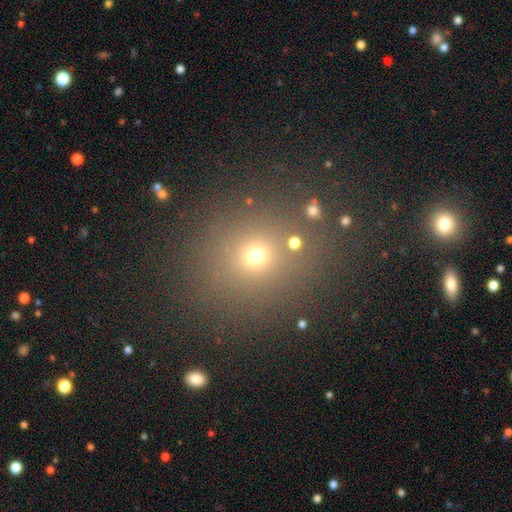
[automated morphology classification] smooth-or-featured: smooth: 64% | star or artifact: 27% | featured or disk: 9%
  how-rounded: round: 81% | in between: 17% | cigar-shaped: 1%
  merging: none: 81% | minor disturbance: 9% | merger: 5% | major disturbance: 4%